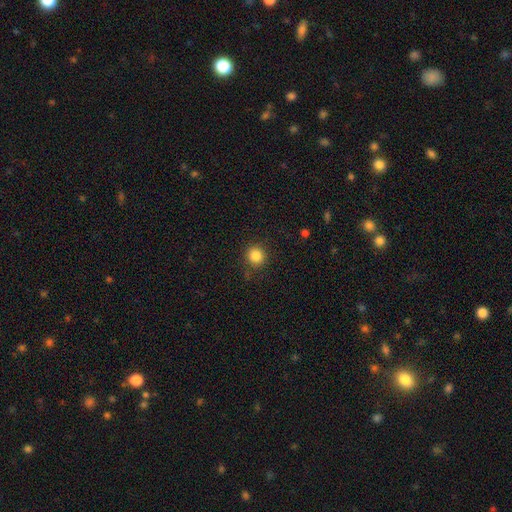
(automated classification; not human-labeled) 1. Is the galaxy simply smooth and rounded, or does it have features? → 84% smooth, 11% star or artifact, 5% featured or disk.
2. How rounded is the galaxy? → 91% round, 8% in between, 1% cigar-shaped.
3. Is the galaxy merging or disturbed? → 87% none, 8% minor disturbance, 3% major disturbance, 1% merger.